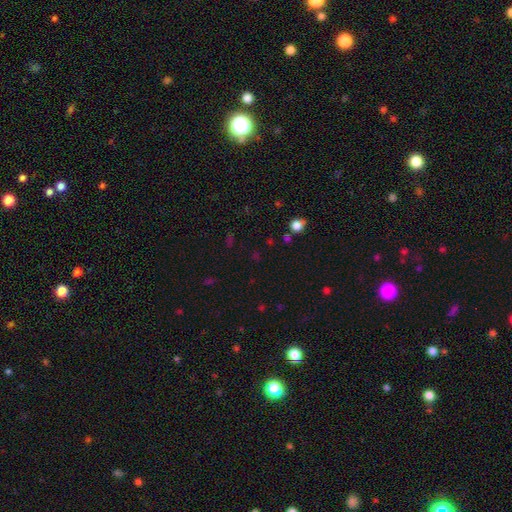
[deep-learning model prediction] Morphology: type=star or artifact (53%).